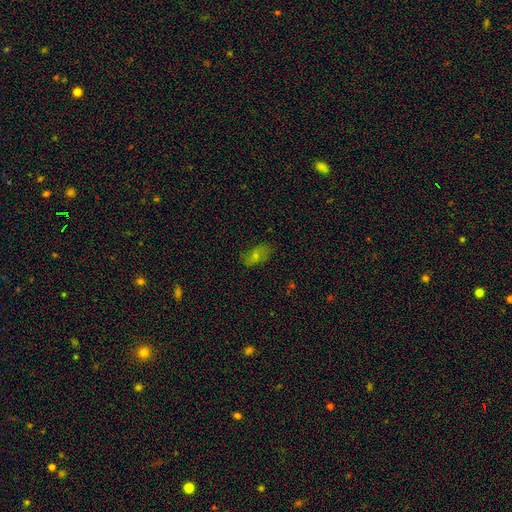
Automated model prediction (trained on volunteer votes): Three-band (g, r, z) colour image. It shows a smooth galaxy with no disk features (44%). Merging: none (76%).